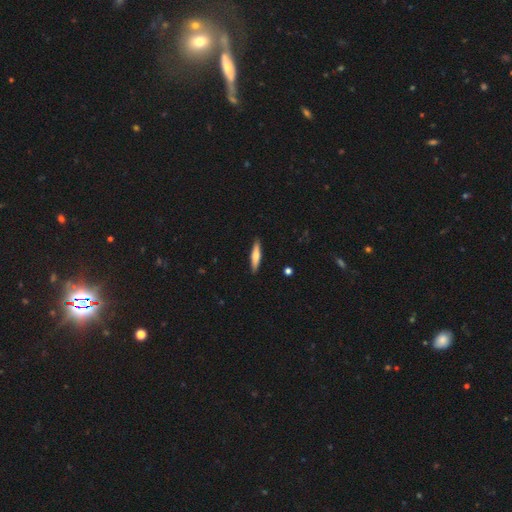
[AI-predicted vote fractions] A smooth galaxy with no disk features (59%) that is cigar-shaped (84%). Merging: none (90%).